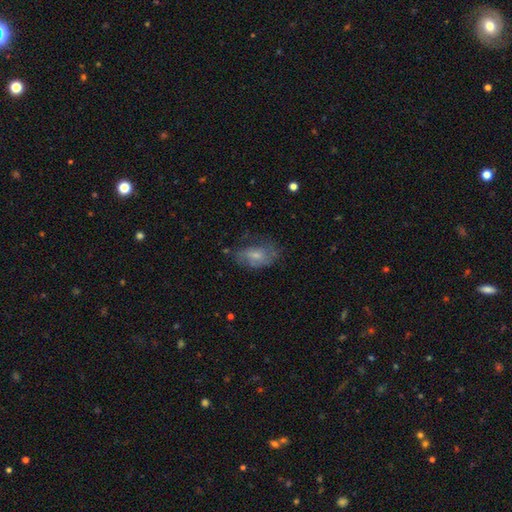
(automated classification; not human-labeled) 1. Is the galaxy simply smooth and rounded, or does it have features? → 49% smooth, 42% featured or disk, 9% star or artifact.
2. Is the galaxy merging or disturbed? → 50% none, 28% minor disturbance, 20% major disturbance, 2% merger.